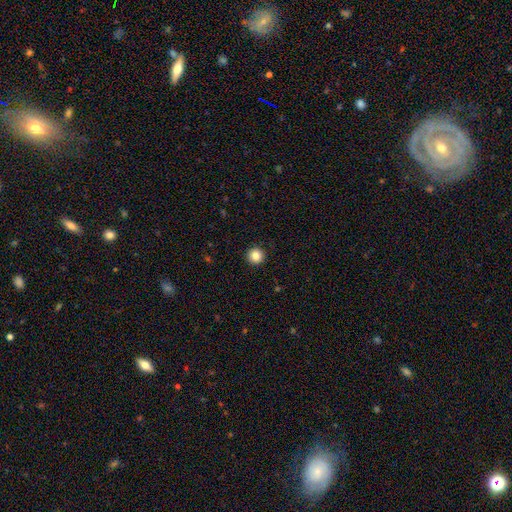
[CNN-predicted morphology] Smooth or featured: smooth — 84% (star or artifact — 10%)
How rounded: round — 96% (in between — 3%)
Merging: none — 93% (minor disturbance — 4%)